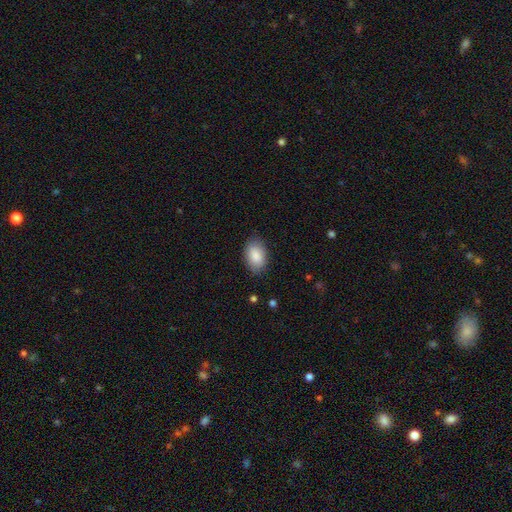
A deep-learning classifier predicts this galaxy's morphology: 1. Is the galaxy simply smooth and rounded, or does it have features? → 88% smooth, 6% star or artifact, 6% featured or disk.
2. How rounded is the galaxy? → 91% in between, 8% round, 1% cigar-shaped.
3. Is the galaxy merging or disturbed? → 85% none, 11% minor disturbance, 3% major disturbance, 1% merger.